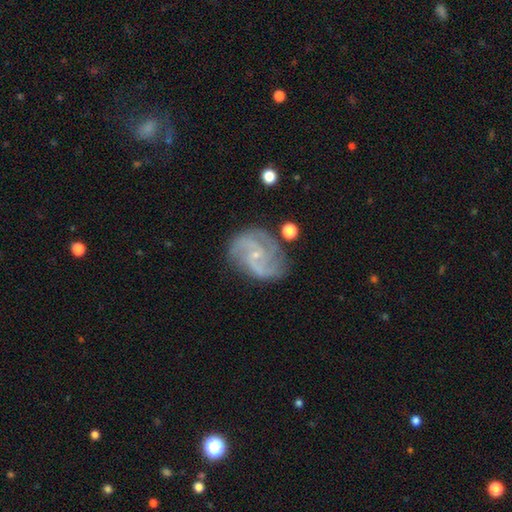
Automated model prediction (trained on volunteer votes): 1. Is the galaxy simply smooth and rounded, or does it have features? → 87% featured or disk, 7% smooth, 6% star or artifact.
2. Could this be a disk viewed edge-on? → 98% no, 2% yes.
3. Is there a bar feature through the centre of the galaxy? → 56% no, 36% weak, 8% strong.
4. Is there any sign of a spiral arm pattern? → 97% yes, 3% no.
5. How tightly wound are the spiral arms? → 51% medium, 30% tight, 19% loose.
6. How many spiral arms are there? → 43% 2, 27% 3, 13% can't tell, 7% 4, 5% 1, 5% more than 4.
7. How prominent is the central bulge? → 83% small, 11% moderate, 4% none, 1% large, 1% dominant.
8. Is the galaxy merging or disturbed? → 69% none, 20% minor disturbance, 8% major disturbance, 3% merger.